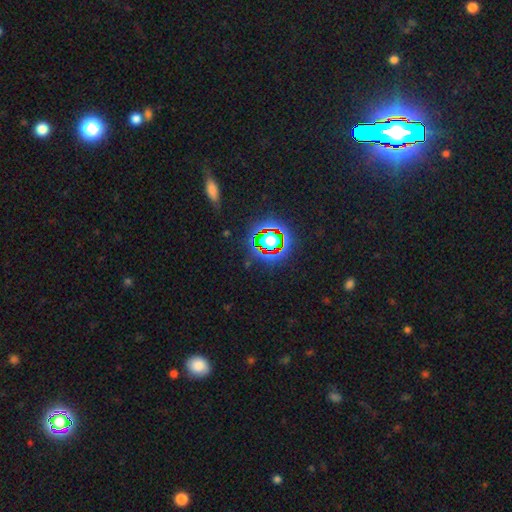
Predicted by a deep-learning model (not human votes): The model was most divided on "smooth or featured": star or artifact: 79%, smooth: 13%, featured or disk: 8%.